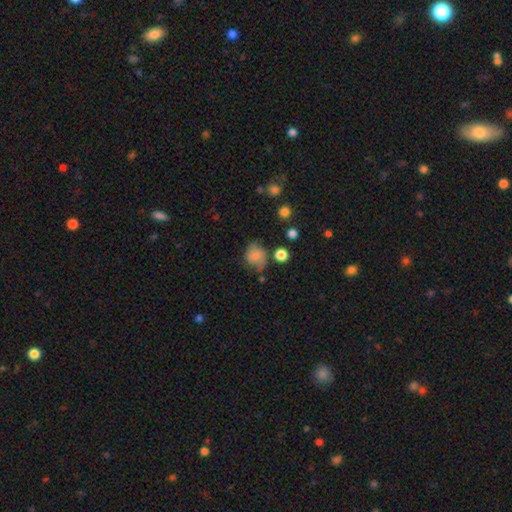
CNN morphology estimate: Q: Smooth or featured?
A: smooth (69%); runner-up: featured or disk (19%)
Q: How rounded?
A: round (65%); runner-up: in between (34%)
Q: Merging?
A: none (47%); runner-up: minor disturbance (31%)